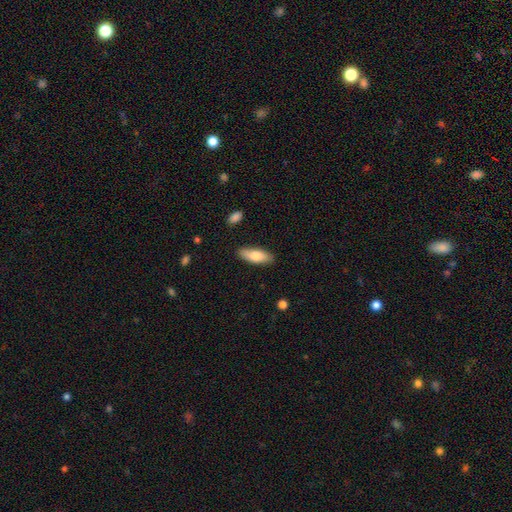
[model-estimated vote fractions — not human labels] Q: Smooth or featured?
A: smooth (80%); runner-up: featured or disk (15%)
Q: How rounded?
A: in between (70%); runner-up: cigar-shaped (28%)
Q: Merging?
A: none (85%); runner-up: minor disturbance (11%)